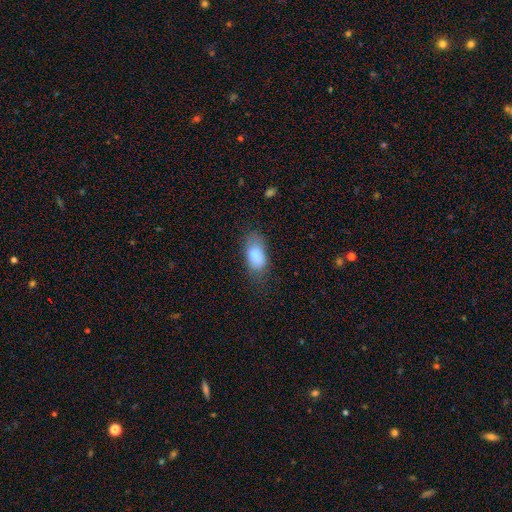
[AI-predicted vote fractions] smooth-or-featured: smooth: 84% | featured or disk: 9% | star or artifact: 7%
  how-rounded: in between: 92% | round: 5% | cigar-shaped: 4%
  merging: none: 59% | minor disturbance: 27% | major disturbance: 12% | merger: 2%